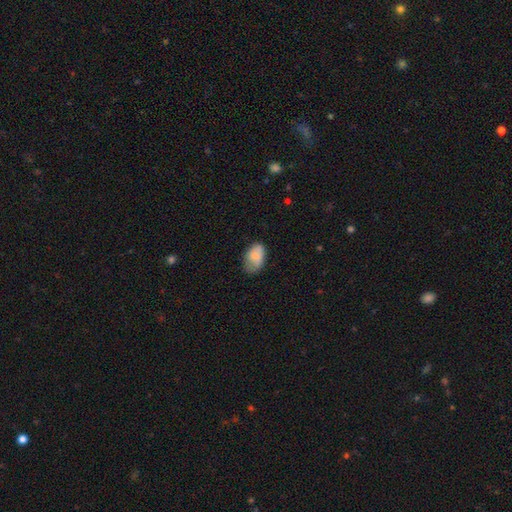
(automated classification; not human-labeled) A smooth galaxy with no disk features (78%) that is in between round and cigar-shaped (89%). Merging: none (55%).